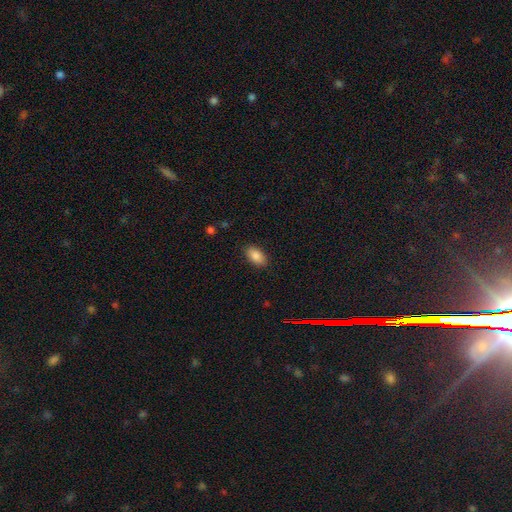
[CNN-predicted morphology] This appears to be a smooth galaxy with no disk features (86%) that is in between round and cigar-shaped (92%). Merging: none (88%).